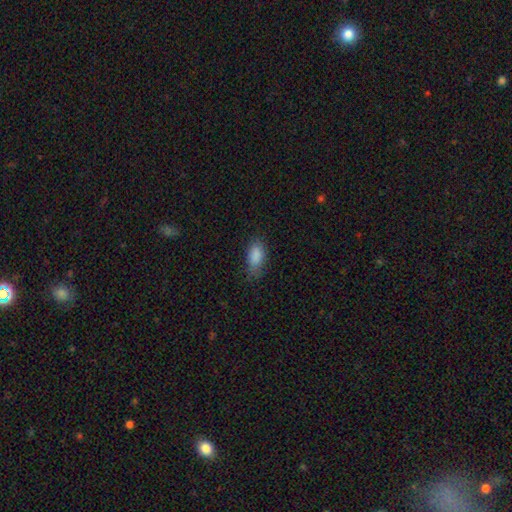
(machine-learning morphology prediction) Smooth or featured?
  - smooth: 86% *
  - star or artifact: 8%
  - featured or disk: 5%
How rounded?
  - in between: 90% *
  - cigar-shaped: 5%
  - round: 5%
Merging?
  - none: 68% *
  - minor disturbance: 24%
  - major disturbance: 7%
  - merger: 1%